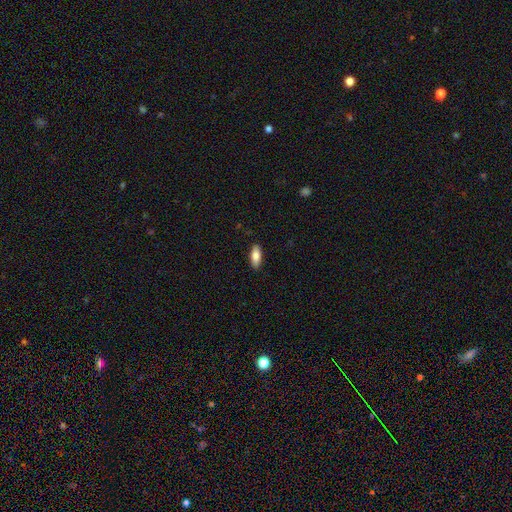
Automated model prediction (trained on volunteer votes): Smooth or featured? smooth (79%)
How rounded? in between (78%)
Merging? none (89%)